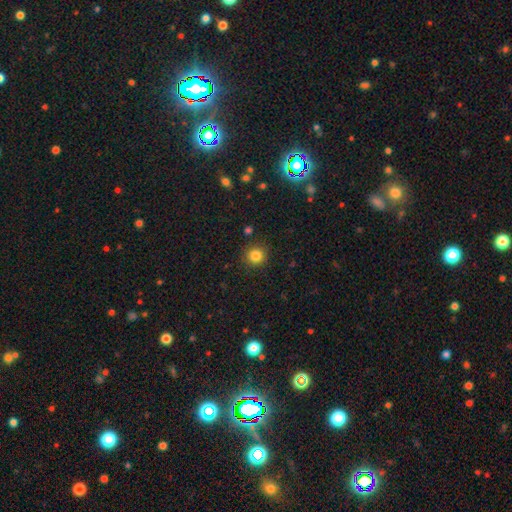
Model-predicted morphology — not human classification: This is clearly a smooth galaxy (83%). How rounded: clearly round (92%). Merging: clearly none (90%).